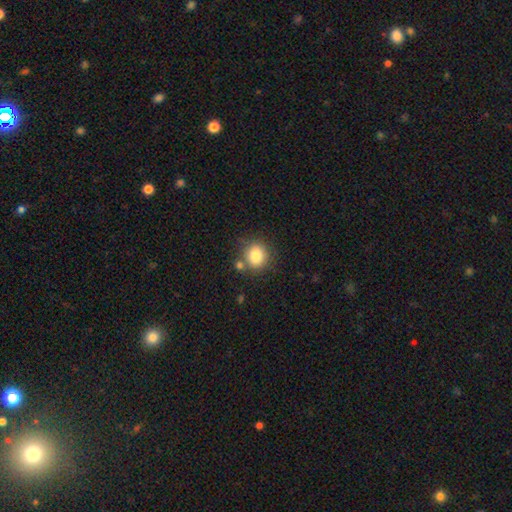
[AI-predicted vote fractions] This appears to be a smooth galaxy with no disk features (83%) that is round (78%). Merging: none (73%).